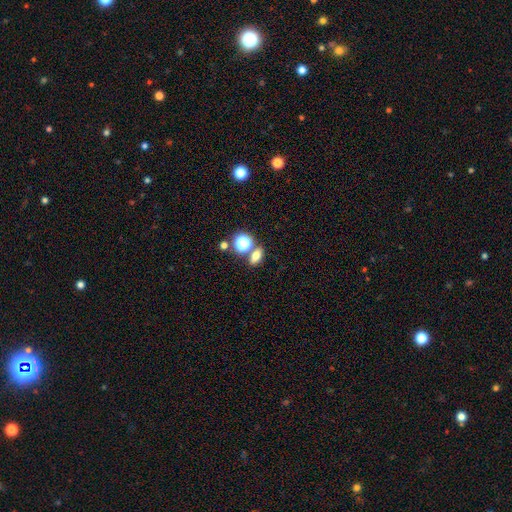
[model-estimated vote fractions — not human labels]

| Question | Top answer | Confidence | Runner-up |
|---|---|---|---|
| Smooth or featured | smooth | 70% | star or artifact (18%) |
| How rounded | in between | 68% | round (26%) |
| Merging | none | 66% | merger (20%) |